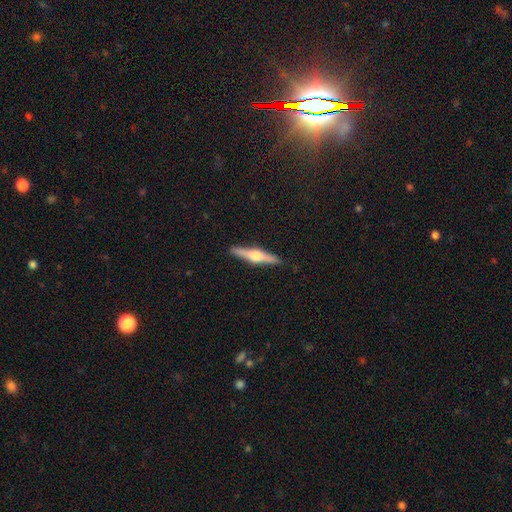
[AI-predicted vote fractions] Smooth or featured? featured or disk (67%)
Edge-on disk? yes (97%)
Edge-on bulge? rounded (91%)
Merging? none (90%)